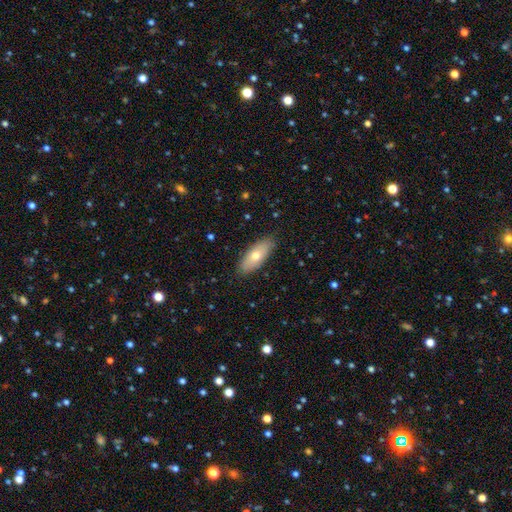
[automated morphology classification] Q: Smooth or featured?
A: smooth (66%); runner-up: featured or disk (27%)
Q: How rounded?
A: in between (74%); runner-up: cigar-shaped (23%)
Q: Merging?
A: none (87%); runner-up: minor disturbance (10%)